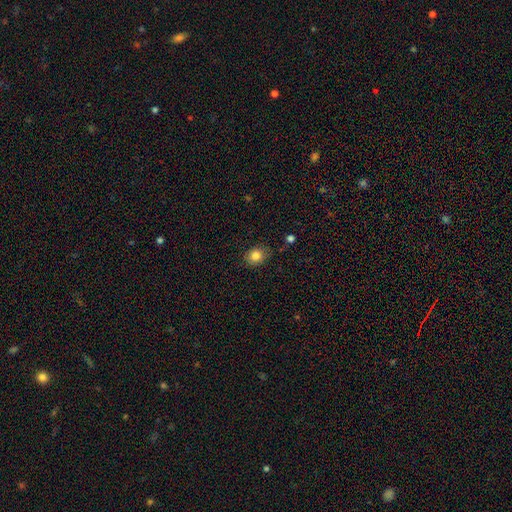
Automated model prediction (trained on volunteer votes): Smooth or featured? smooth (83%)
How rounded? round (59%)
Merging? none (76%)